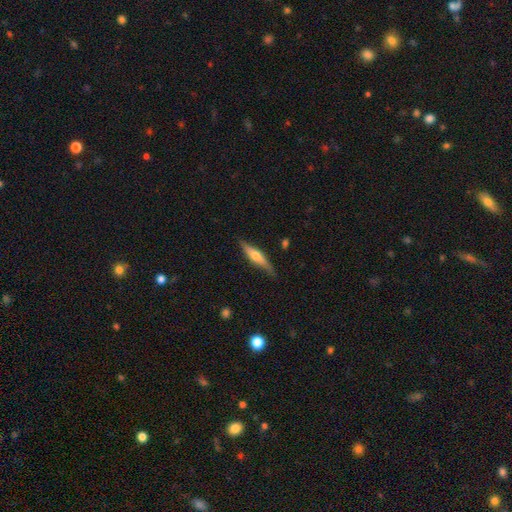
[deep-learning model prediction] Smooth or featured: featured or disk — 60% (smooth — 35%)
Edge-on disk: yes — 93% (no — 7%)
Edge-on bulge: rounded — 89% (boxy — 6%)
Merging: none — 81% (minor disturbance — 15%)